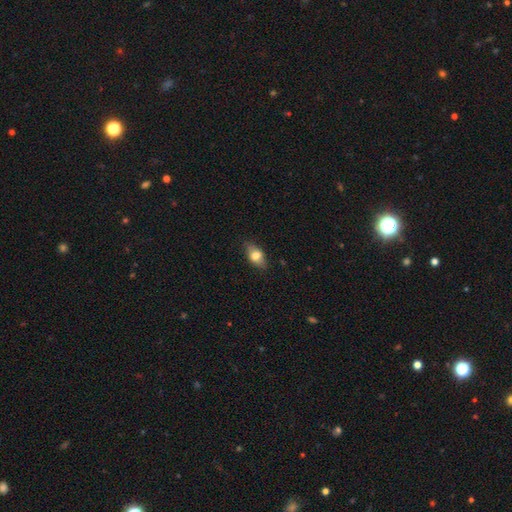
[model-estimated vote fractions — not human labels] The model was most divided on "smooth or featured": smooth: 68%, featured or disk: 25%, star or artifact: 8%. More confident: how rounded — in between (83%); merging — none (81%).